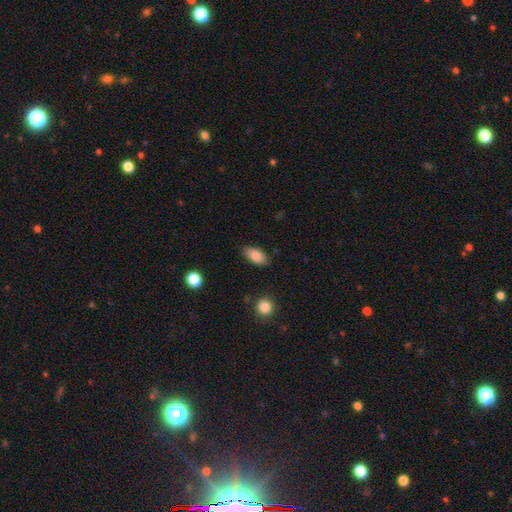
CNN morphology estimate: smooth_or_featured: smooth (p=0.86) [alt: star or artifact p=0.07]
how_rounded: in between (p=0.92) [alt: round p=0.04]
merging: none (p=0.83) [alt: minor disturbance p=0.13]